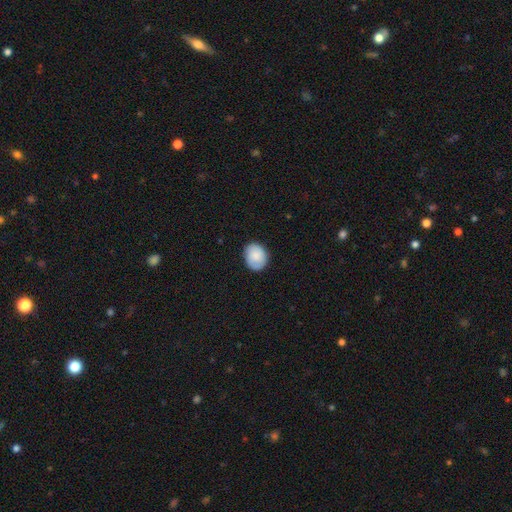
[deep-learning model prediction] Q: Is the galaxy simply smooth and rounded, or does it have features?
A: smooth — 82%.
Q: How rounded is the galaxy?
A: in between — 52%.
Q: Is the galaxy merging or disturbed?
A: none — 84%.